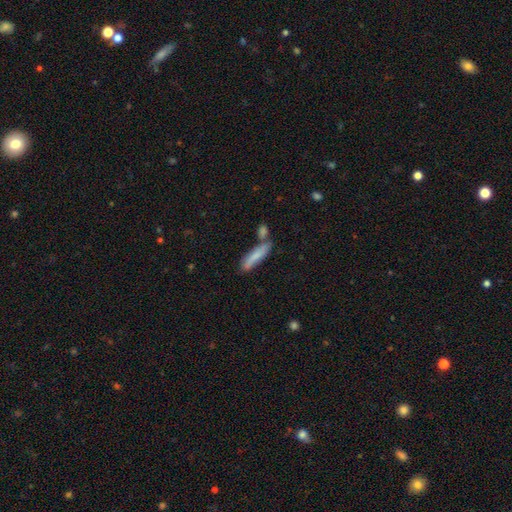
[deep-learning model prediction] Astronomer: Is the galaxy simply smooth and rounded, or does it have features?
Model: smooth — 75%.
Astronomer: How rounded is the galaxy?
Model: cigar-shaped — 79%.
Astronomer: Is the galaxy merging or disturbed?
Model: none — 60%.